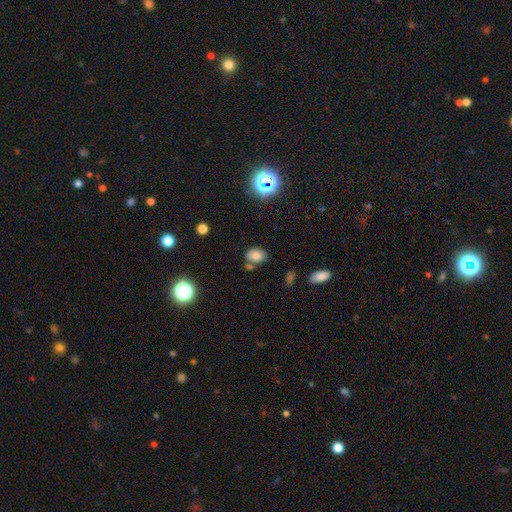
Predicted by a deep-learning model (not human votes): Overall: smooth (76%). How rounded: in between (75%). Merging: none (64%).